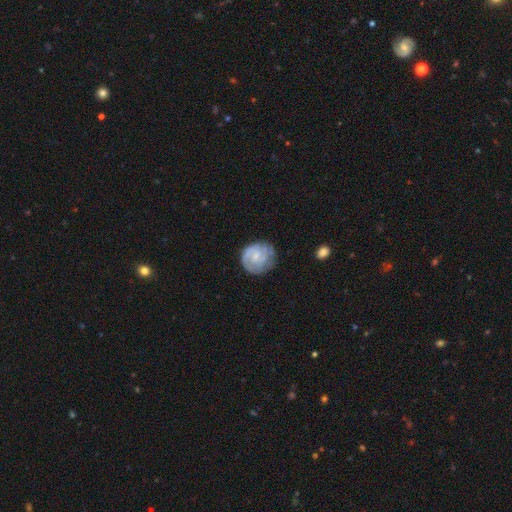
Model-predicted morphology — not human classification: The model was most divided on "bar": no: 51%, weak: 42%, strong: 7%. Remaining: edge-on disk — no (98%); spiral arms — yes (87%); merging — none (67%); smooth or featured — featured or disk (66%); bulge size — small (57%); spiral winding — tight (57%); spiral arm count — 2 (41%).